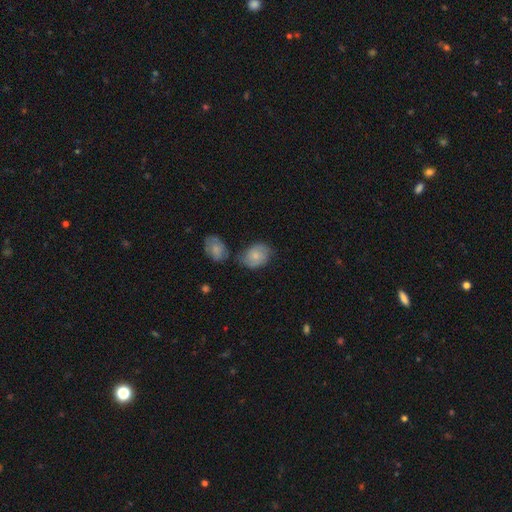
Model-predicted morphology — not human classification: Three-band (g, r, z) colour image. It shows a smooth galaxy with no disk features (62%) that is in between round and cigar-shaped (67%). Merging: none (50%).